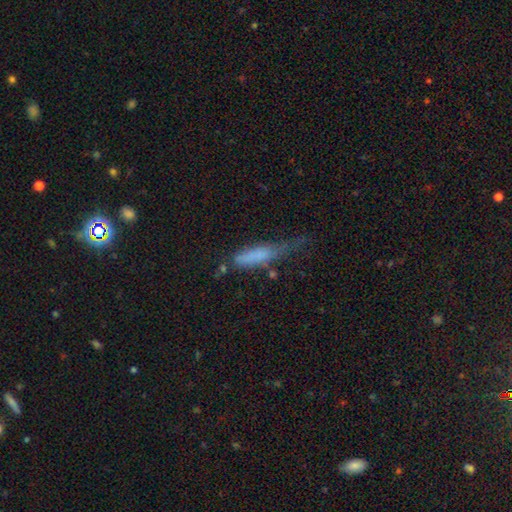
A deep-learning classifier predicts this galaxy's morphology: smooth-or-featured: smooth: 69% | featured or disk: 22% | star or artifact: 10%
  how-rounded: cigar-shaped: 75% | in between: 23% | round: 2%
  merging: minor disturbance: 35% | none: 33% | major disturbance: 25% | merger: 7%